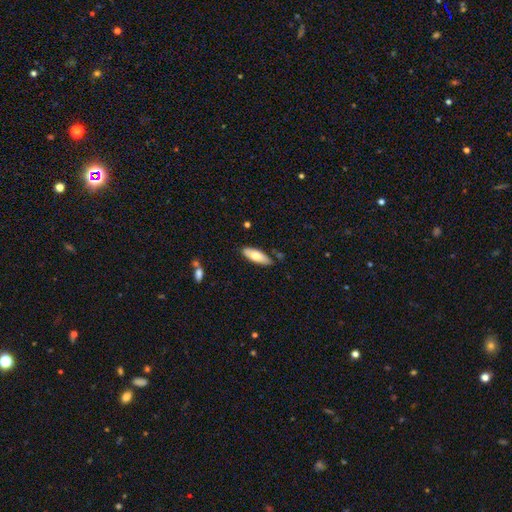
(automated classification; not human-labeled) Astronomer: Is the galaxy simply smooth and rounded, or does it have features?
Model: smooth — 70%.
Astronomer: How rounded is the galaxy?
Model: in between — 64%.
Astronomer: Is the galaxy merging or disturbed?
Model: none — 82%.